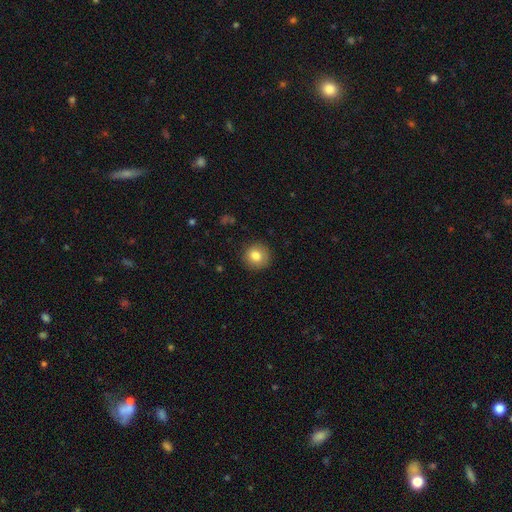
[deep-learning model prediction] smooth 82%, star or artifact 9%, featured or disk 9%. Down the decision tree: how rounded — round (91%); merging — none (89%).